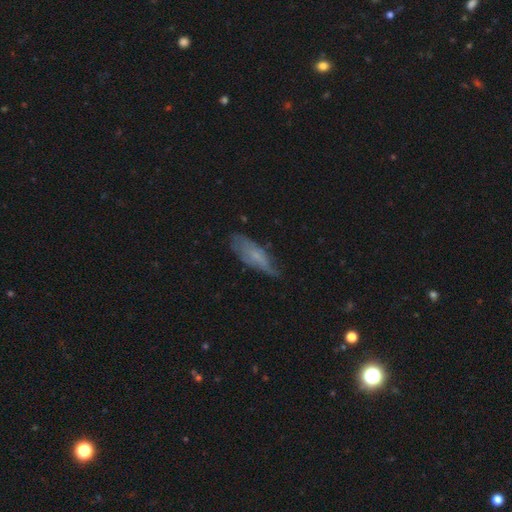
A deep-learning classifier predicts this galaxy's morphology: This is possibly a smooth galaxy (51%). How rounded: possibly in between (52%). Merging: possibly none (55%).